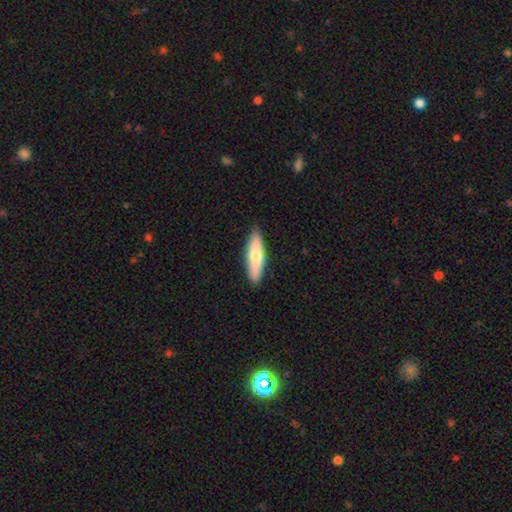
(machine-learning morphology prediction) This appears to be a smooth galaxy with no disk features (66%) that is cigar-shaped (66%). Merging: none (87%).